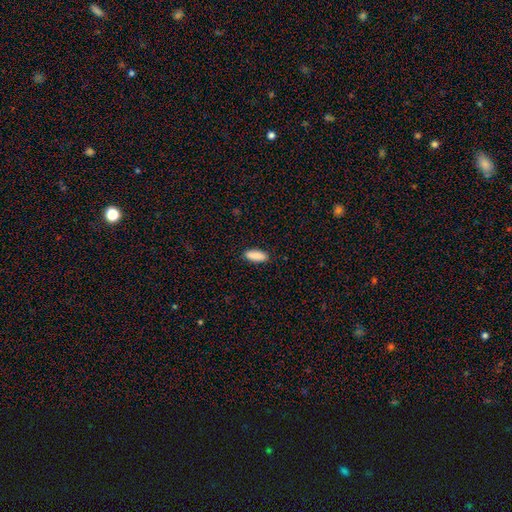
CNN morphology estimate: Q: Smooth or featured?
A: smooth (90%); runner-up: star or artifact (6%)
Q: How rounded?
A: in between (75%); runner-up: cigar-shaped (23%)
Q: Merging?
A: none (88%); runner-up: minor disturbance (9%)